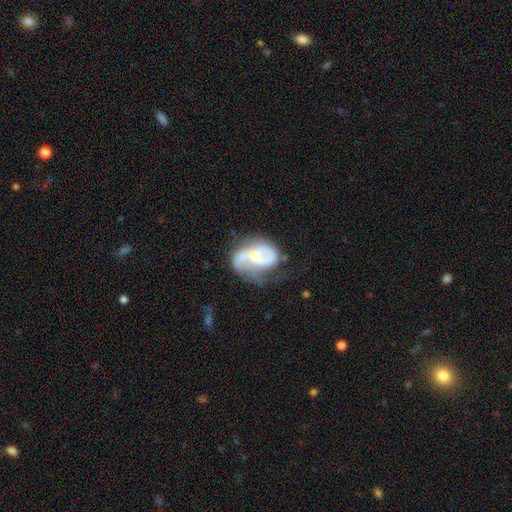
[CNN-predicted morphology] A featured or disk galaxy (71%) with no bar (52%), 2 (56%) medium (40%) spiral arms (81%) and no central bulge (35%). Merging: major disturbance (36%).